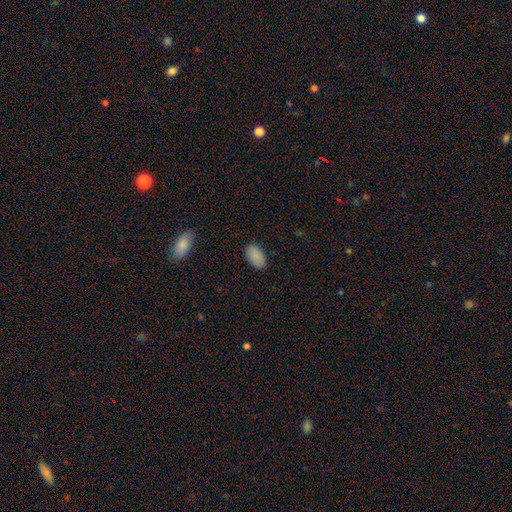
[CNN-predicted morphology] Q: Smooth or featured?
A: smooth (88%); runner-up: star or artifact (8%)
Q: How rounded?
A: in between (94%); runner-up: round (4%)
Q: Merging?
A: none (86%); runner-up: minor disturbance (11%)